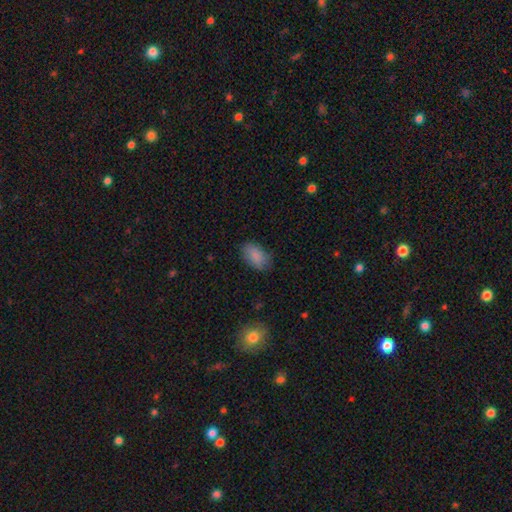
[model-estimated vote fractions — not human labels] smooth 87%, star or artifact 8%, featured or disk 6%. Down the decision tree: how rounded — in between (91%); merging — none (80%).